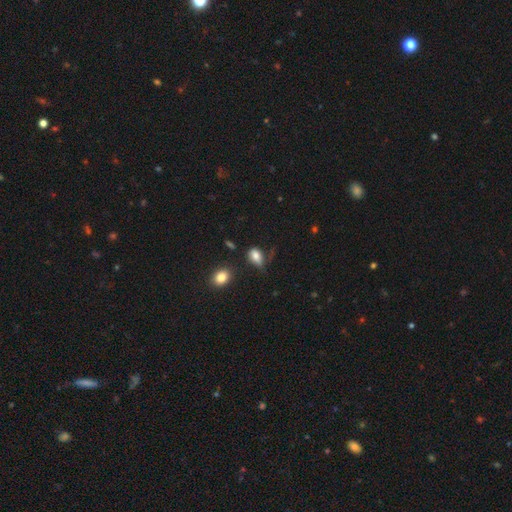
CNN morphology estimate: smooth-or-featured: smooth: 78% | featured or disk: 12% | star or artifact: 10%
  how-rounded: in between: 83% | round: 13% | cigar-shaped: 4%
  merging: none: 44% | minor disturbance: 33% | major disturbance: 18% | merger: 5%